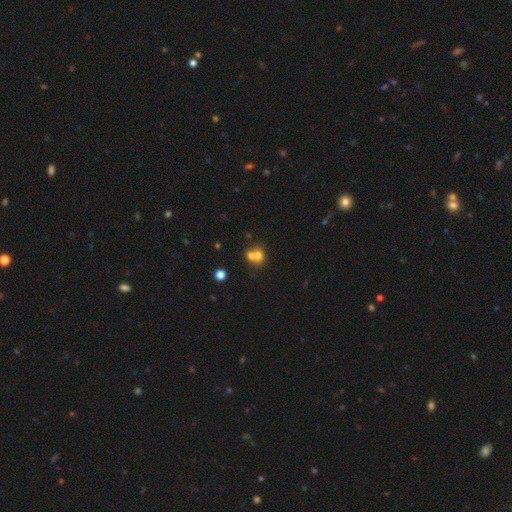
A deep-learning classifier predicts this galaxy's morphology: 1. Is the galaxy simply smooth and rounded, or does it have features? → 66% smooth, 19% featured or disk, 15% star or artifact.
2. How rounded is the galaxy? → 73% round, 26% in between, 1% cigar-shaped.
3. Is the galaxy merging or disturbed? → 60% merger, 31% none, 6% minor disturbance, 3% major disturbance.